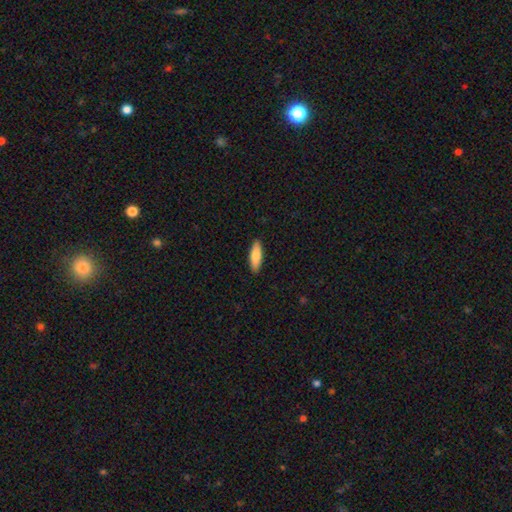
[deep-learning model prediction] Smooth or featured: smooth — 80% (featured or disk — 14%)
How rounded: in between — 50% (cigar-shaped — 48%)
Merging: none — 90% (minor disturbance — 7%)